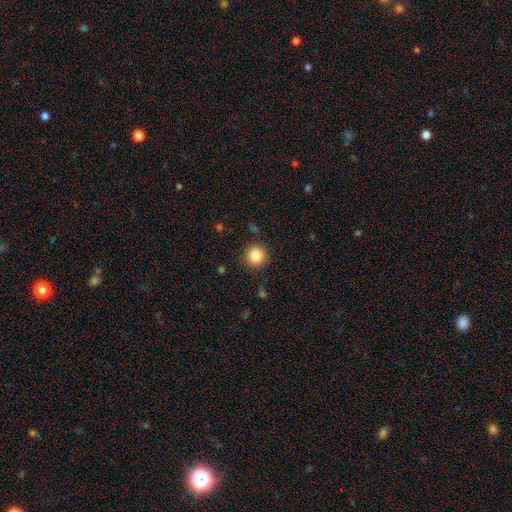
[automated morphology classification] type=smooth (86%); roundness=round (94%); merging=none (89%).